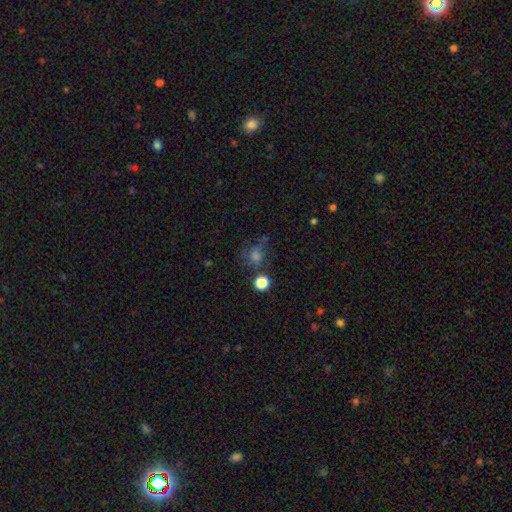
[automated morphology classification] Smooth or featured: smooth — 49% (star or artifact — 28%)
Merging: none — 56% (minor disturbance — 19%)